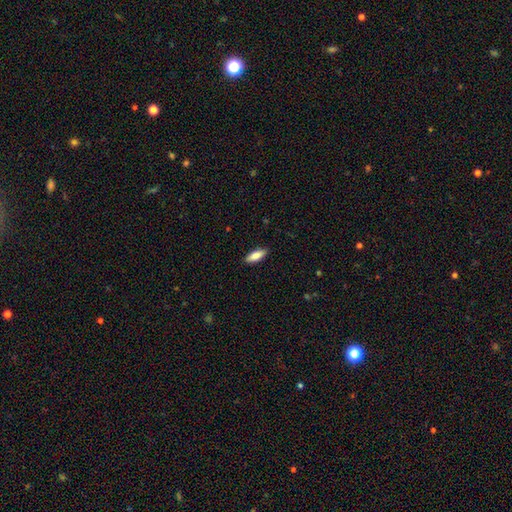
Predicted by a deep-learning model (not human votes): The model was most divided on "how rounded": in between: 67%, cigar-shaped: 31%, round: 2%. More confident: merging — none (89%); smooth or featured — smooth (82%).